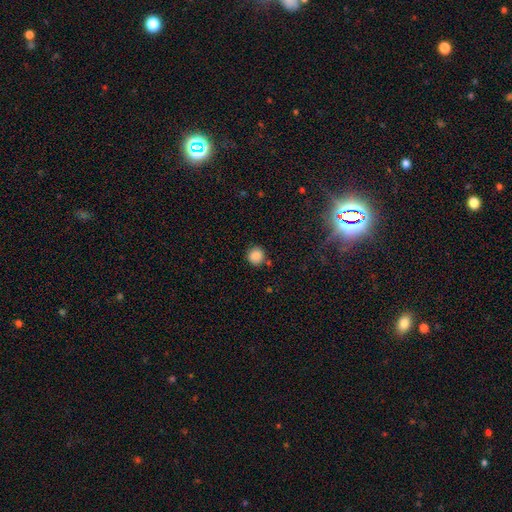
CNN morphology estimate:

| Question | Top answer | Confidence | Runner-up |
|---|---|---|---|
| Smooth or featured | smooth | 86% | star or artifact (10%) |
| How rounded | round | 93% | in between (6%) |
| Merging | none | 85% | minor disturbance (9%) |